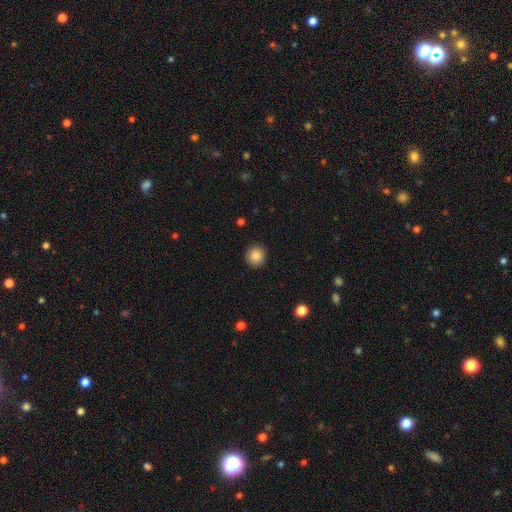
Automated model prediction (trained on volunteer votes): Smooth or featured? smooth (87%)
How rounded? round (90%)
Merging? none (91%)